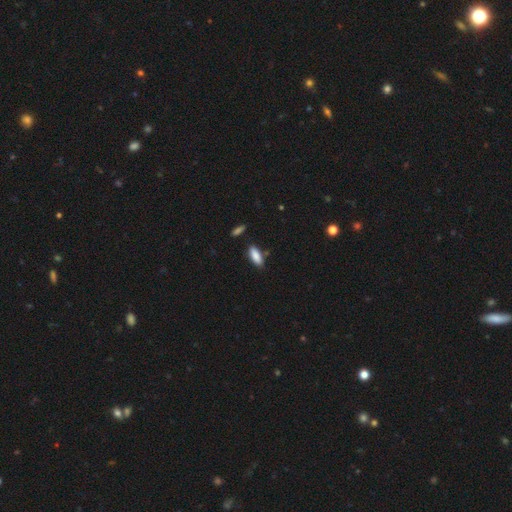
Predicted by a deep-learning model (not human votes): The model was most divided on "how rounded": in between: 75%, cigar-shaped: 23%, round: 2%. More confident: smooth or featured — smooth (87%); merging — none (81%).